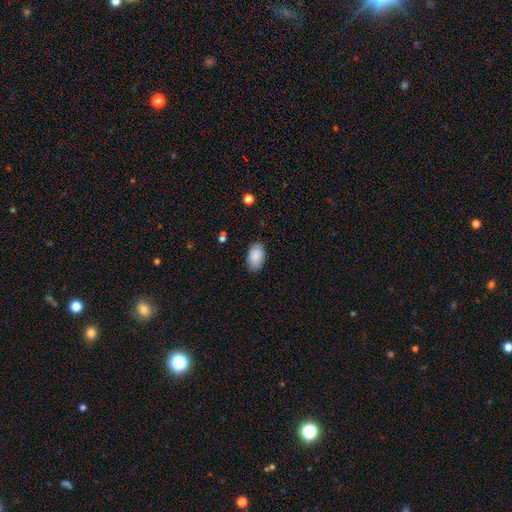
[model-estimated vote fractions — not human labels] This appears to be a smooth galaxy with no disk features (88%) that is in between round and cigar-shaped (93%). Merging: none (83%).